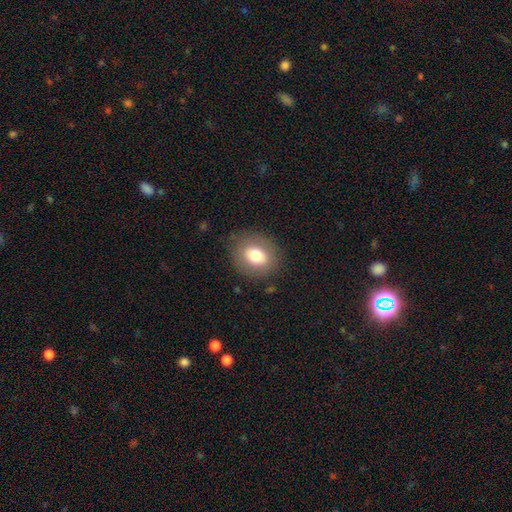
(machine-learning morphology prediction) Overall: smooth (75%). How rounded: round (56%; in between 43%). Merging: none (83%).